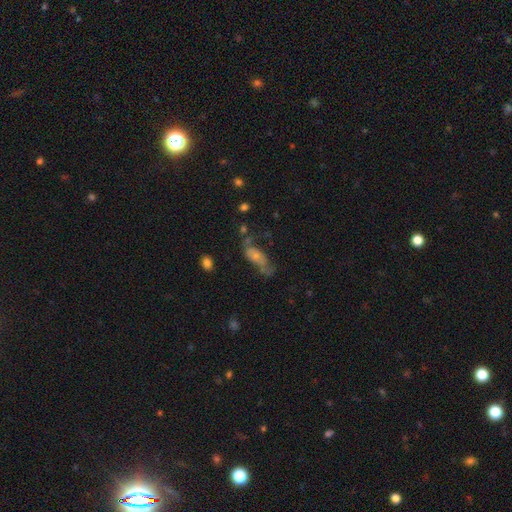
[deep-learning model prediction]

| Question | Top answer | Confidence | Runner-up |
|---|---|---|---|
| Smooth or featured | featured or disk | 45% | smooth (44%) |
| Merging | none | 35% | major disturbance (29%) |